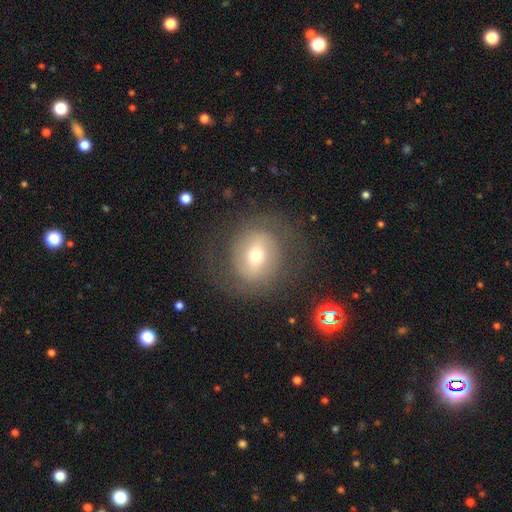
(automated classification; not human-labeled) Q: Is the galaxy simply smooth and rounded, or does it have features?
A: featured or disk — 55%.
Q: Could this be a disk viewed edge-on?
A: no — 95%.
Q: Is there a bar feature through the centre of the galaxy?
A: weak — 38%.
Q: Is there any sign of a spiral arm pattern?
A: yes — 59%.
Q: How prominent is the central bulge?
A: moderate — 48%.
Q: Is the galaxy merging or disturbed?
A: none — 73%.